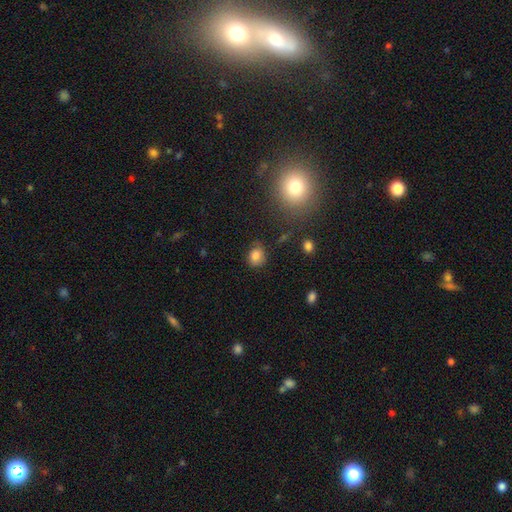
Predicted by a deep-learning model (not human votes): A smooth galaxy with no disk features (81%) that is round (59%).

Vote fractions:
- Smooth or featured? smooth: 81% / star or artifact: 12% / featured or disk: 7%
- How rounded? round: 59% / in between: 40% / cigar-shaped: 1%
- Merging? none: 72% / minor disturbance: 20% / major disturbance: 5% / merger: 2%